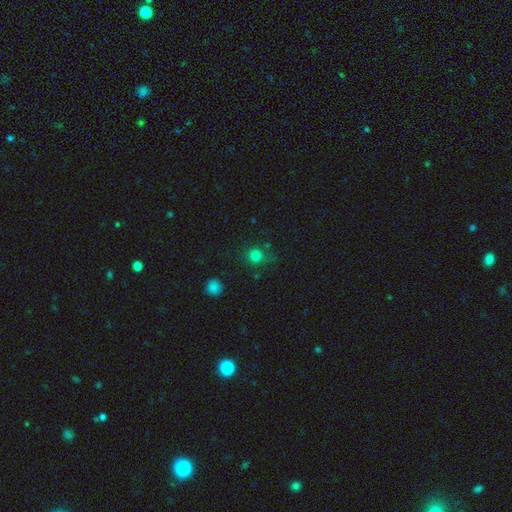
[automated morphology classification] Smooth or featured? smooth (78%)
How rounded? round (91%)
Merging? none (78%)